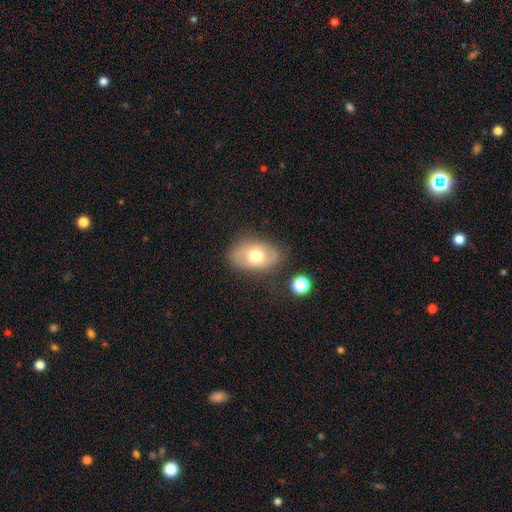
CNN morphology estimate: This appears to be a smooth galaxy with no disk features (47%). Merging: none (76%).